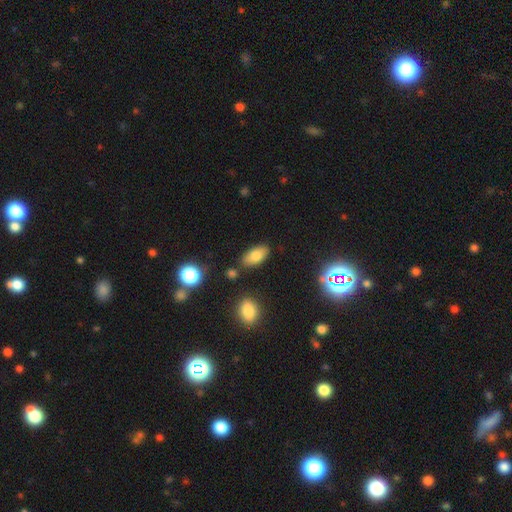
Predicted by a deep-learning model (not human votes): Overall: smooth (79%). How rounded: in between (90%). Merging: none (80%).